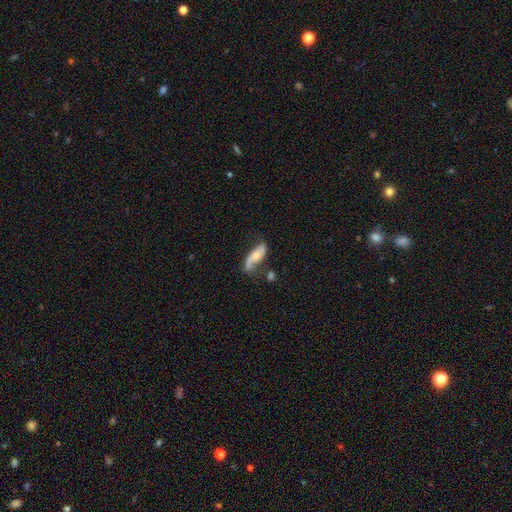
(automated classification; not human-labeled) featured or disk 62%, smooth 32%, star or artifact 6%. Down the decision tree: edge-on disk — no (88%); bar — no (69%); spiral arms — yes (84%); bulge size — moderate (56%); merging — none (52%).